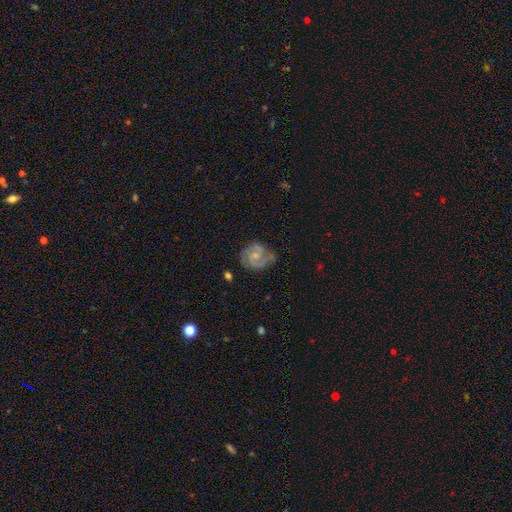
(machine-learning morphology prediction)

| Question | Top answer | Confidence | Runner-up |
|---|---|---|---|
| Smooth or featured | featured or disk | 73% | smooth (20%) |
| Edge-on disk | no | 98% | yes (2%) |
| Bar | no | 63% | weak (33%) |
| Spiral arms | yes | 88% | no (12%) |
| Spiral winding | medium | 44% | tight (42%) |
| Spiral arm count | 2 | 53% | can't tell (20%) |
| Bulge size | small | 50% | moderate (39%) |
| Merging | none | 61% | minor disturbance (25%) |